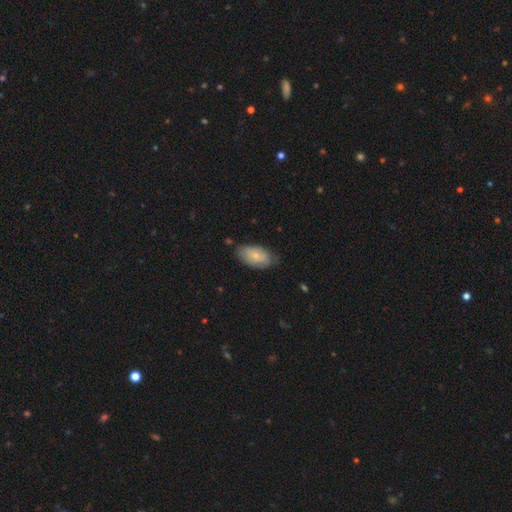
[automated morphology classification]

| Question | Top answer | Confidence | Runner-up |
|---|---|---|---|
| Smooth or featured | smooth | 68% | featured or disk (26%) |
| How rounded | in between | 93% | round (5%) |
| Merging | none | 67% | minor disturbance (26%) |